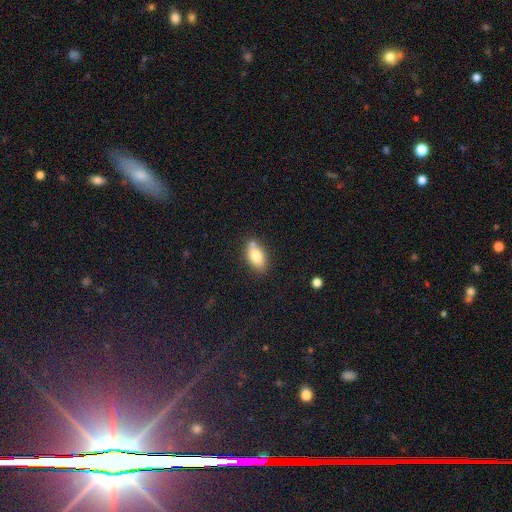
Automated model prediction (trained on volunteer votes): Smooth or featured? Predicted: smooth (p=0.80). How rounded? Predicted: in between (p=0.89). Merging? Predicted: none (p=0.67).